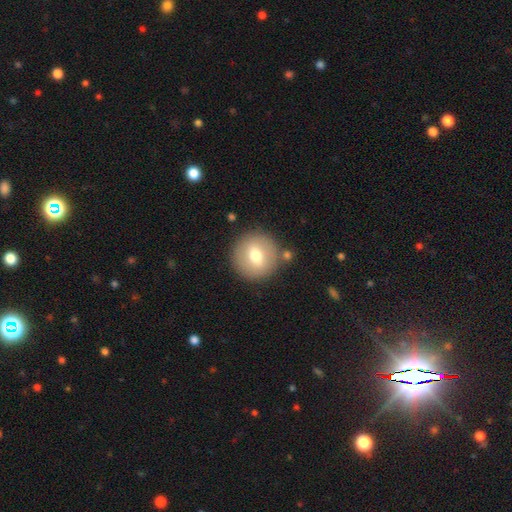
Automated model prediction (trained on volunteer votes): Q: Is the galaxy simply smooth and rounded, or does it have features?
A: smooth — 66%.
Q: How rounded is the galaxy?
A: round — 93%.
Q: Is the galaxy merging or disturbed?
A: none — 85%.